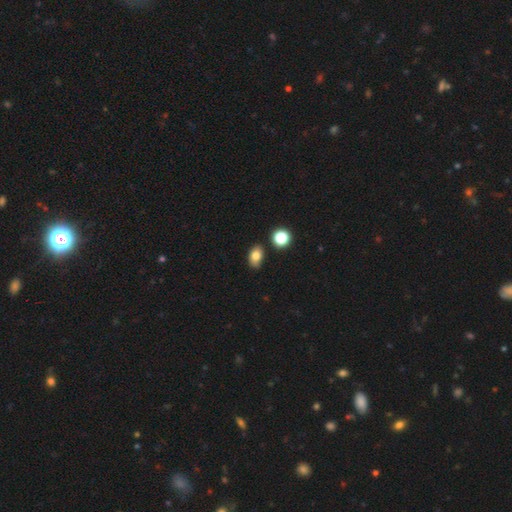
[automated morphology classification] Overall: smooth (81%). How rounded: in between (83%). Merging: none (81%).